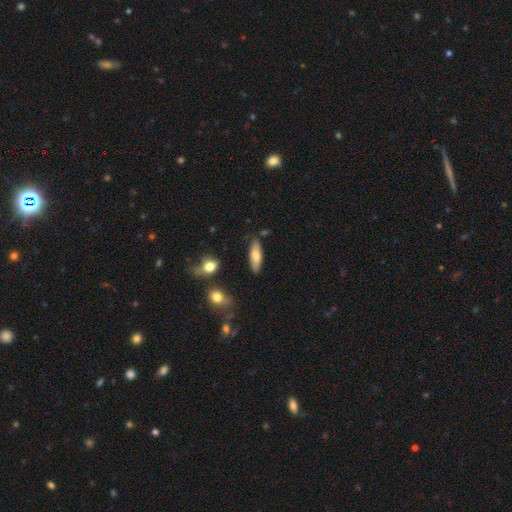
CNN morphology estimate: This is likely a smooth galaxy (72%). How rounded: possibly in between (58%). Merging: likely none (79%).